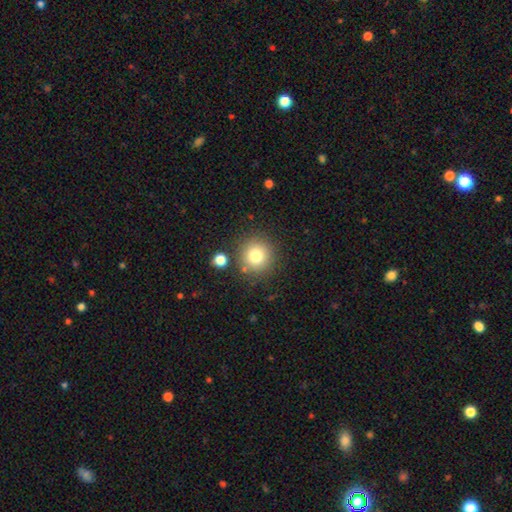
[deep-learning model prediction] Smooth or featured? smooth (78%)
How rounded? round (93%)
Merging? none (83%)